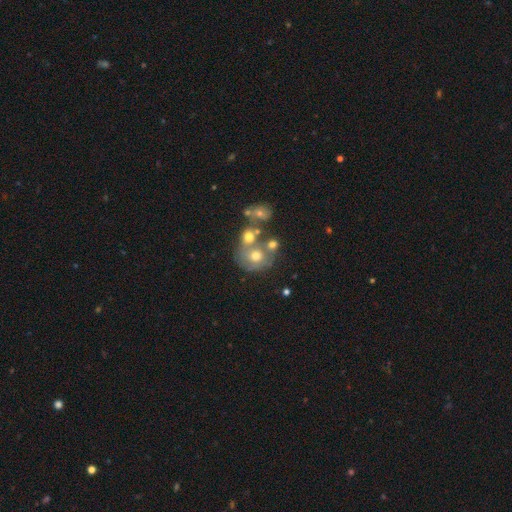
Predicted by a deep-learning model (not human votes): A smooth galaxy with no disk features (53%) that is round (71%).

Vote fractions:
- Smooth or featured? smooth: 53% / featured or disk: 34% / star or artifact: 14%
- How rounded? round: 71% / in between: 28% / cigar-shaped: 1%
- Merging? merger: 47% / none: 32% / minor disturbance: 12% / major disturbance: 9%